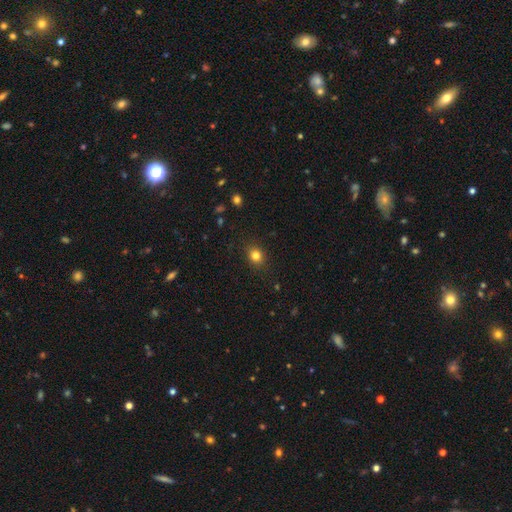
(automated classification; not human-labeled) A smooth galaxy with no disk features (81%) that is round (70%). Merging: none (88%).